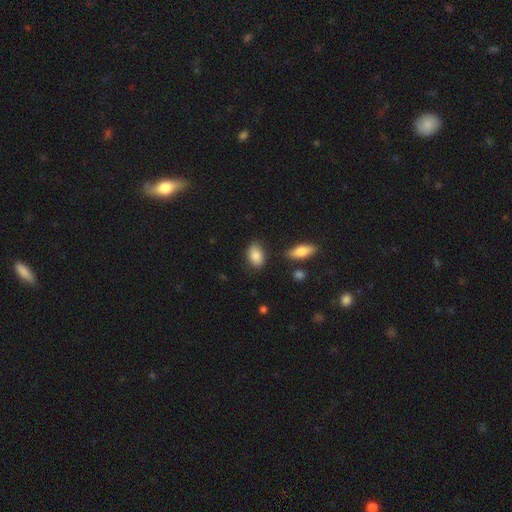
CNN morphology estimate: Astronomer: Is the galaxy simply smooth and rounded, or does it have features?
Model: smooth — 86%.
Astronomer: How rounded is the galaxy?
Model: in between — 87%.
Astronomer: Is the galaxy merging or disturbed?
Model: none — 78%.